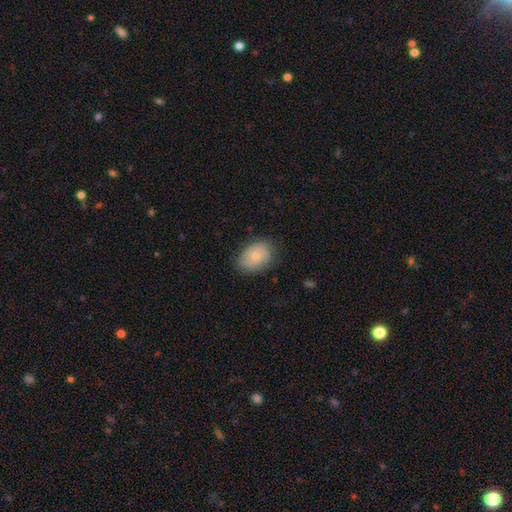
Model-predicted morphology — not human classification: smooth_or_featured: smooth (p=0.77) [alt: featured or disk p=0.17]
how_rounded: in between (p=0.77) [alt: round p=0.22]
merging: none (p=0.76) [alt: minor disturbance p=0.19]